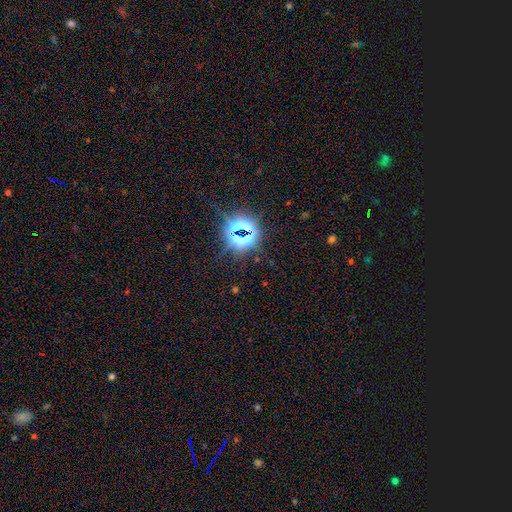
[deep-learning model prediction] This appears to be a star or artifact, not a galaxy (80%).